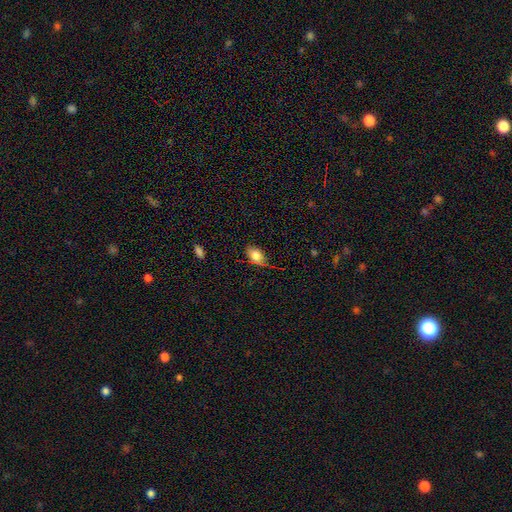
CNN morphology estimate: Smooth or featured?
  - smooth: 81% *
  - featured or disk: 10%
  - star or artifact: 9%
How rounded?
  - in between: 83% *
  - round: 15%
  - cigar-shaped: 2%
Merging?
  - none: 61% *
  - minor disturbance: 31%
  - major disturbance: 7%
  - merger: 2%